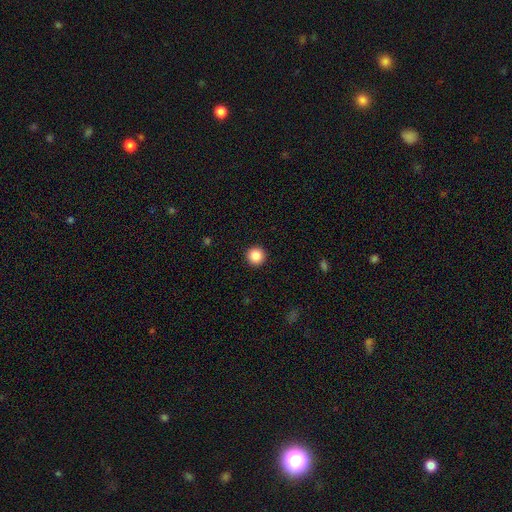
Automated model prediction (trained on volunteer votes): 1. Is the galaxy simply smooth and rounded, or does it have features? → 87% smooth, 10% star or artifact, 4% featured or disk.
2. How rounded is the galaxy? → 96% round, 3% in between, 1% cigar-shaped.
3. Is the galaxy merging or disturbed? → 93% none, 4% minor disturbance, 2% major disturbance, 1% merger.